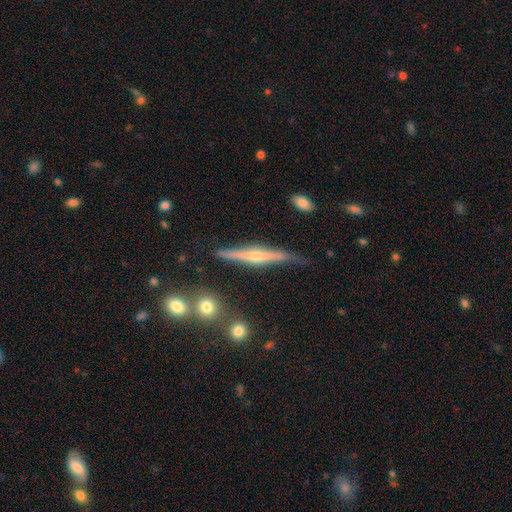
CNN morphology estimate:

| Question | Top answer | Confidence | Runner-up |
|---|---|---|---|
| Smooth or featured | featured or disk | 77% | smooth (17%) |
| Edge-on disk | yes | 97% | no (3%) |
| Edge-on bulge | rounded | 79% | none (13%) |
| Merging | none | 80% | minor disturbance (15%) |